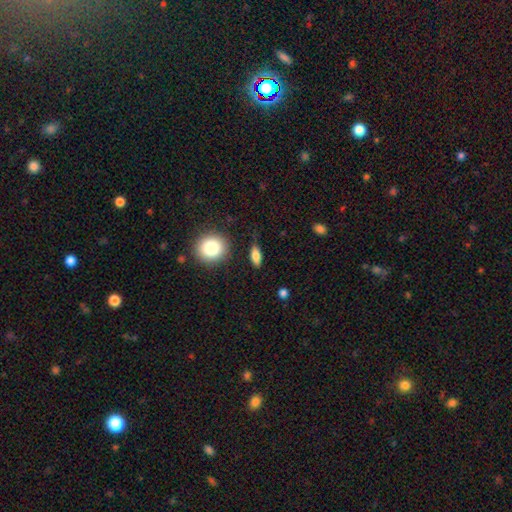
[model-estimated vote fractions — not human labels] Overall: smooth (77%). How rounded: in between (67%). Merging: none (80%).